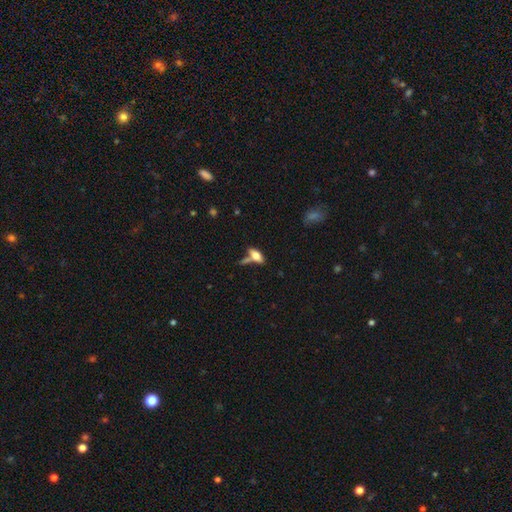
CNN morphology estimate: smooth-or-featured: smooth: 63% | featured or disk: 29% | star or artifact: 8%
  how-rounded: in between: 73% | cigar-shaped: 23% | round: 3%
  merging: none: 52% | merger: 27% | minor disturbance: 15% | major disturbance: 7%